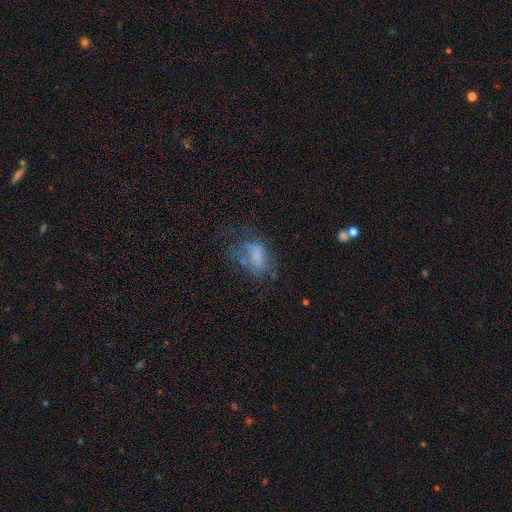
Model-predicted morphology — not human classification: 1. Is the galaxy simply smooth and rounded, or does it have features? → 47% smooth, 39% featured or disk, 14% star or artifact.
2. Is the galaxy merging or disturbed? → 42% major disturbance, 31% none, 22% minor disturbance, 6% merger.